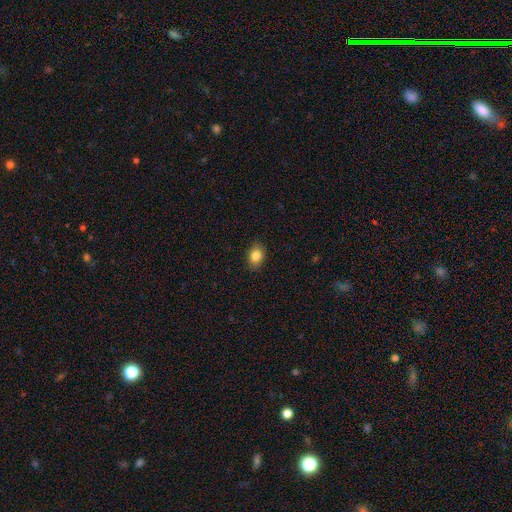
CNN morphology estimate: type=smooth (84%); roundness=in between (77%); merging=none (88%).